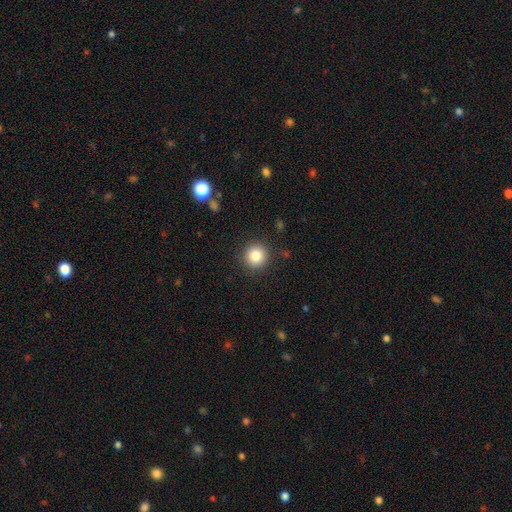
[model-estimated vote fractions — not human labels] Q: Smooth or featured?
A: smooth (84%); runner-up: star or artifact (10%)
Q: How rounded?
A: round (94%); runner-up: in between (5%)
Q: Merging?
A: none (90%); runner-up: minor disturbance (7%)